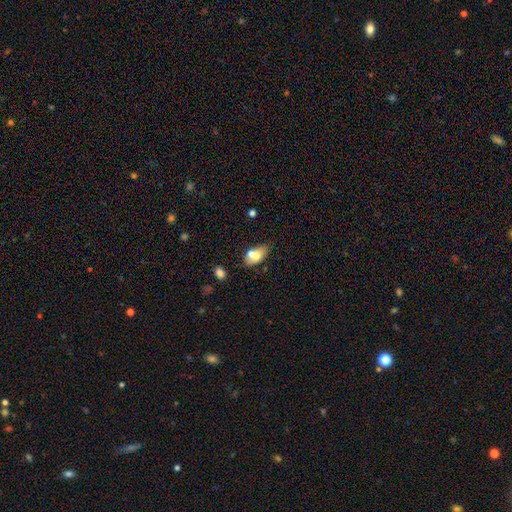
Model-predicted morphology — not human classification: This is likely a smooth galaxy (68%). How rounded: clearly in between (86%). Merging: marginally none (41%).